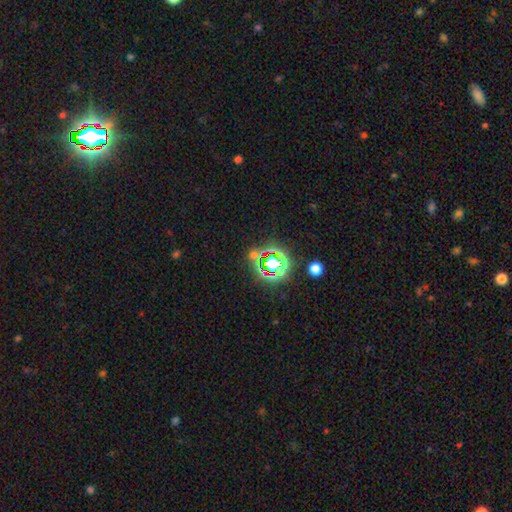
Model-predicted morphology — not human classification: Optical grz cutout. It shows a star or artifact, not a galaxy (74%).